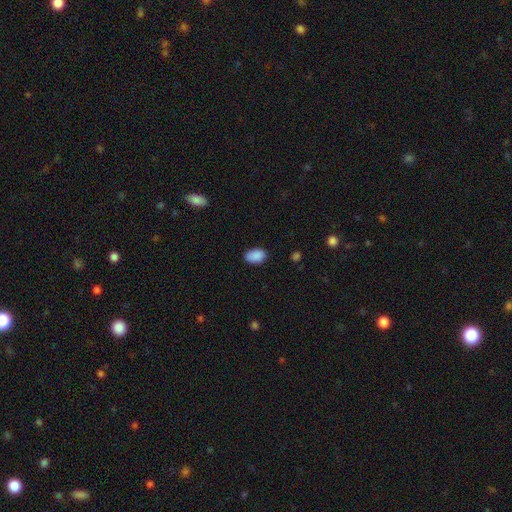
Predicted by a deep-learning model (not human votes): This is clearly a smooth galaxy (89%). How rounded: clearly in between (90%). Merging: clearly none (80%).